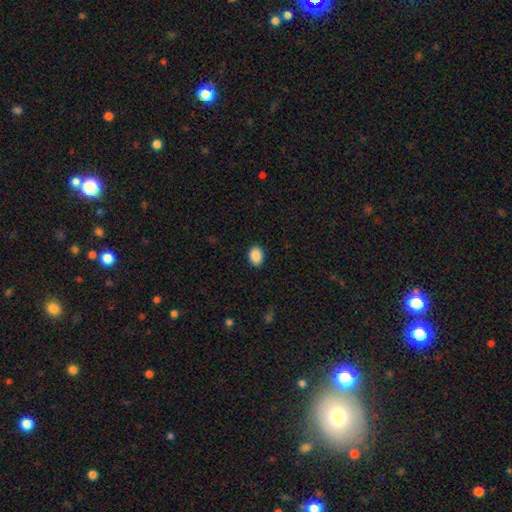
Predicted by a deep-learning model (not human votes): smooth 89%, star or artifact 8%, featured or disk 3%. Down the decision tree: how rounded — in between (65%); merging — none (90%).